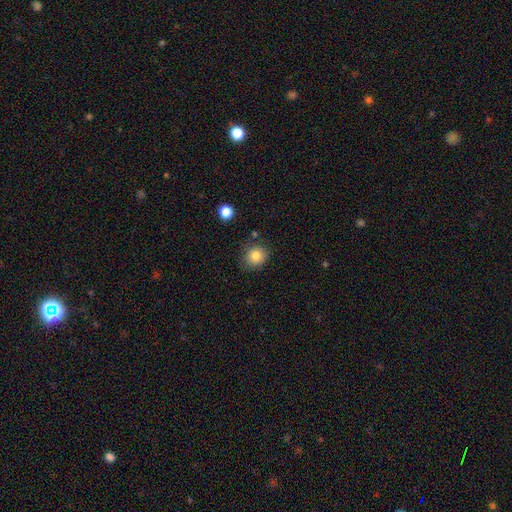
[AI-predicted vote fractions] The model was most divided on "merging": none: 79%, minor disturbance: 15%, major disturbance: 3%, merger: 3%. More confident: how rounded — round (85%); smooth or featured — smooth (82%).